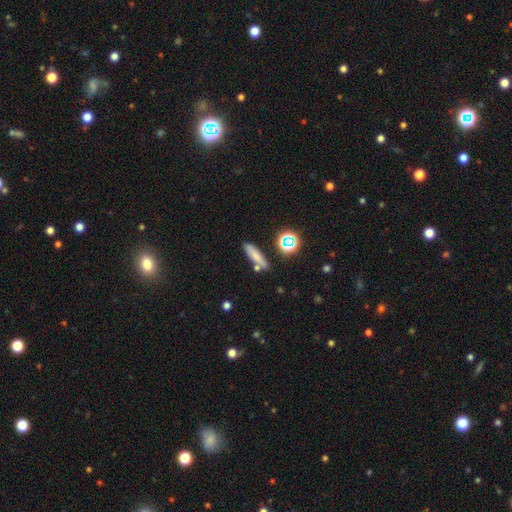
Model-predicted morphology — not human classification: Smooth or featured?
  - smooth: 71% *
  - featured or disk: 15%
  - star or artifact: 14%
How rounded?
  - cigar-shaped: 66% *
  - in between: 27%
  - round: 7%
Merging?
  - none: 71% *
  - minor disturbance: 14%
  - merger: 11%
  - major disturbance: 4%